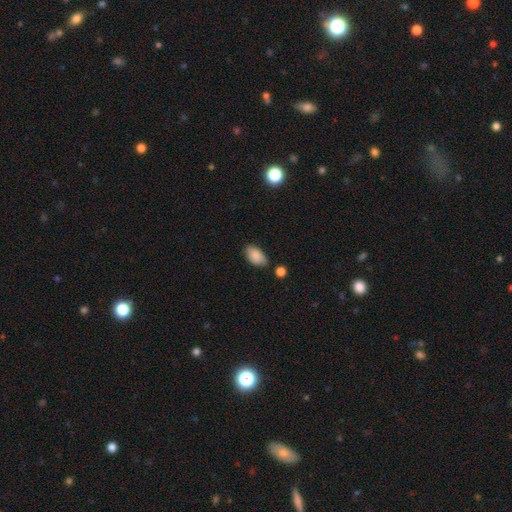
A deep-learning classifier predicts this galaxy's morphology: A smooth galaxy with no disk features (86%) that is in between round and cigar-shaped (93%). Merging: none (74%).